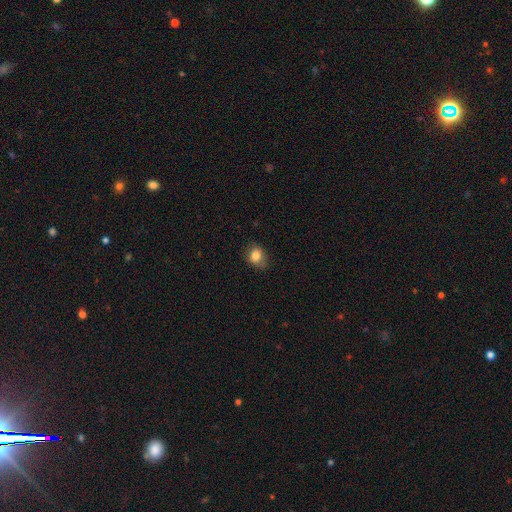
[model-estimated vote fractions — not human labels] Morphology: type=smooth (82%); roundness=in between (51%); merging=none (73%).